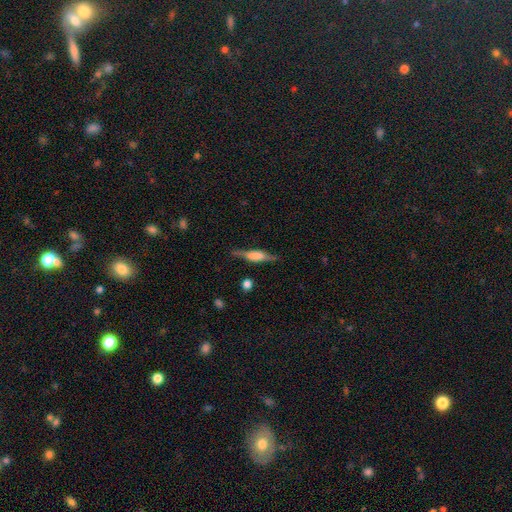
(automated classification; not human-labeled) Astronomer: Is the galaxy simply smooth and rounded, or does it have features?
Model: featured or disk — 59%.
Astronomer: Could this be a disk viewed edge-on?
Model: yes — 94%.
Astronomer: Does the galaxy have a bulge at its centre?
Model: boxy — 51% (runner-up: rounded, 41%).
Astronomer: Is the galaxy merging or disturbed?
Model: none — 78%.